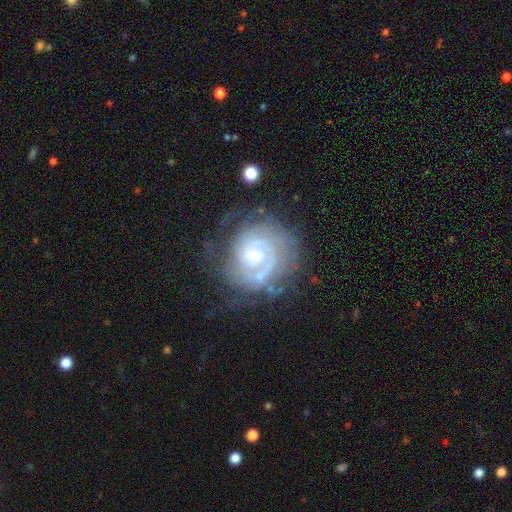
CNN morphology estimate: Smooth or featured? featured or disk (83%)
Edge-on disk? no (98%)
Bar? no (59%)
Spiral arms? yes (94%)
Spiral winding? tight (71%)
Spiral arm count? 2 (37%)
Bulge size? small (61%)
Merging? none (66%)